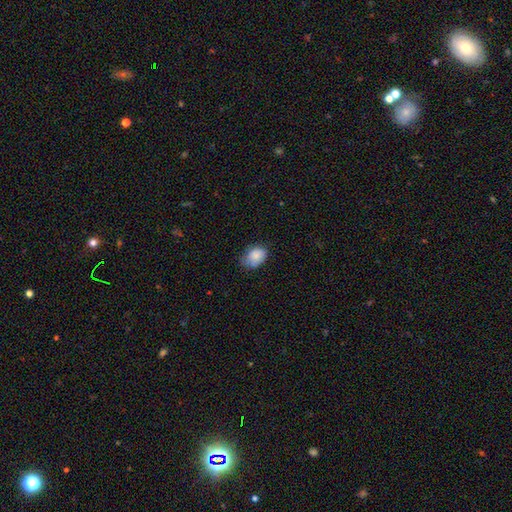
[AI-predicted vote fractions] A smooth galaxy with no disk features (83%) that is in between round and cigar-shaped (81%).

Vote fractions:
- Smooth or featured? smooth: 83% / featured or disk: 9% / star or artifact: 8%
- How rounded? in between: 81% / round: 18% / cigar-shaped: 1%
- Merging? none: 55% / minor disturbance: 34% / major disturbance: 8% / merger: 2%